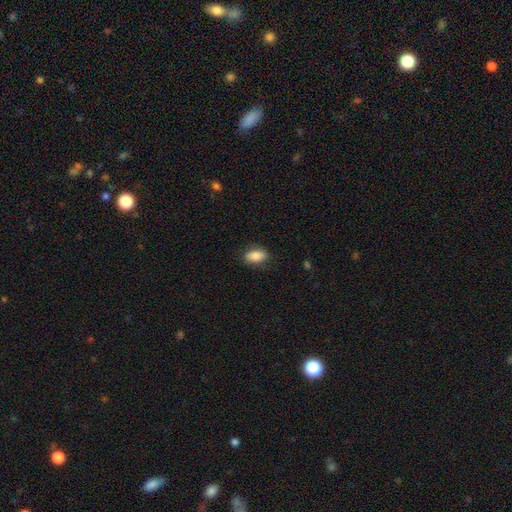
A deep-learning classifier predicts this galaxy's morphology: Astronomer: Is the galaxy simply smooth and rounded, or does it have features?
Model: smooth — 85%.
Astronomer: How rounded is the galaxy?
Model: in between — 89%.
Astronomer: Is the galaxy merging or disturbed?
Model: none — 84%.